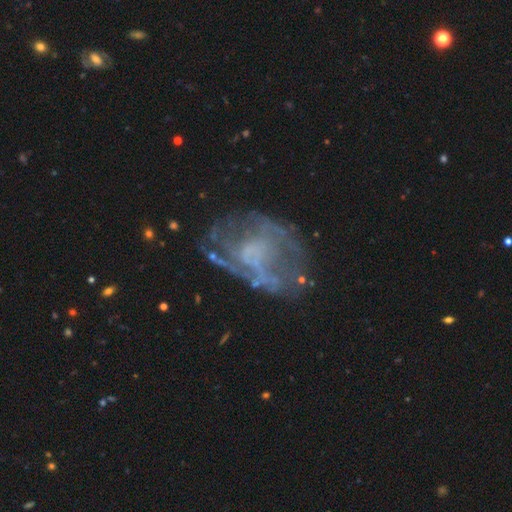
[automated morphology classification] This appears to be a featured or disk galaxy (72%) with no bar (75%), spiral arms (50%, tied with no) and no central bulge (64%). Merging: none (50%).